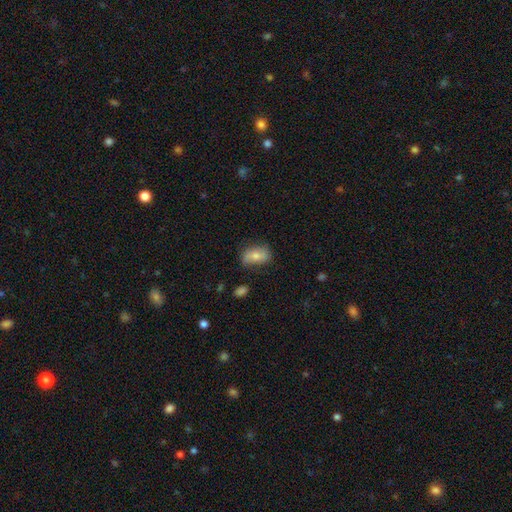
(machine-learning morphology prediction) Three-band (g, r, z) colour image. It shows a smooth galaxy with no disk features (61%) that is in between round and cigar-shaped (85%). Merging: none (70%).